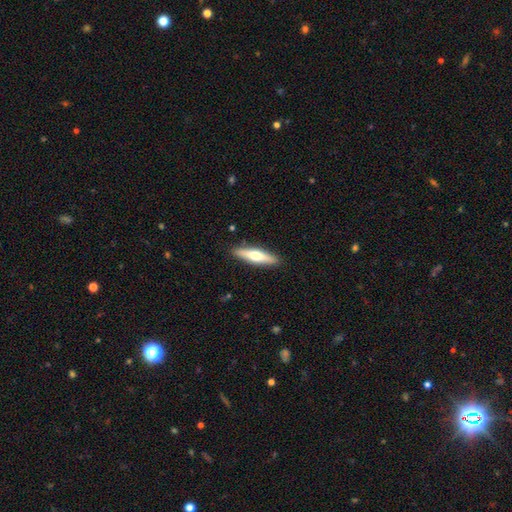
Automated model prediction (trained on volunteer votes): Smooth or featured: smooth — 50% (featured or disk — 45%)
Merging: none — 89% (minor disturbance — 8%)